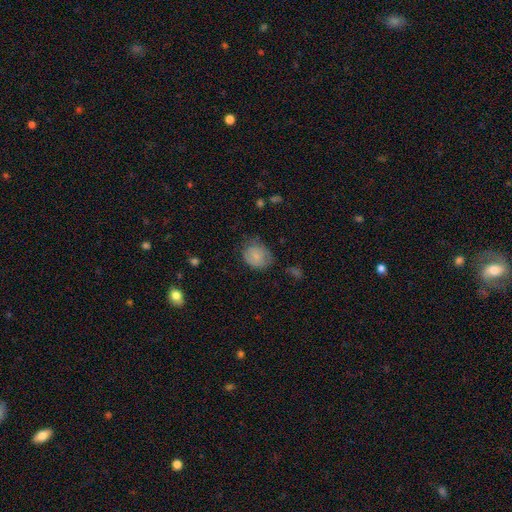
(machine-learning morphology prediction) type=smooth (74%); roundness=round (61%); merging=none (56%).